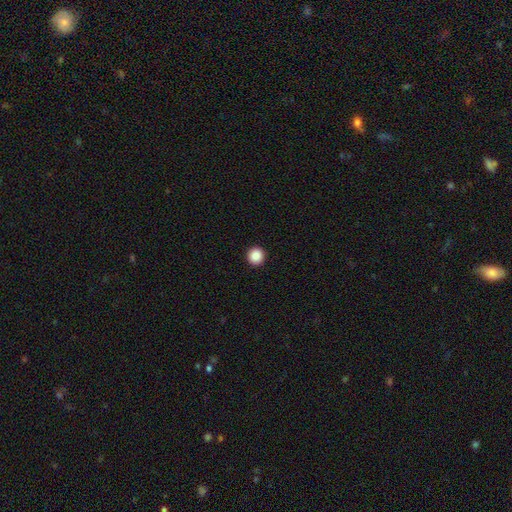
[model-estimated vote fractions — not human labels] Smooth or featured: smooth — 88% (star or artifact — 9%)
How rounded: round — 94% (in between — 5%)
Merging: none — 94% (minor disturbance — 4%)